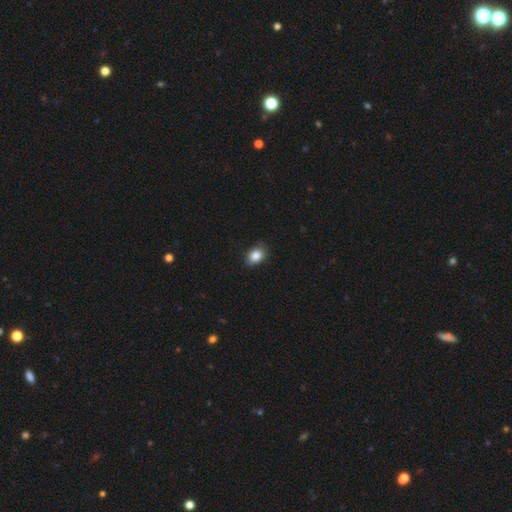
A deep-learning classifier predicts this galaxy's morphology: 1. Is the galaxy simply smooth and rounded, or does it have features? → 85% smooth, 9% star or artifact, 6% featured or disk.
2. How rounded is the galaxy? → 74% in between, 25% round, 1% cigar-shaped.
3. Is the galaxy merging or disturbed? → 79% none, 17% minor disturbance, 3% major disturbance, 1% merger.